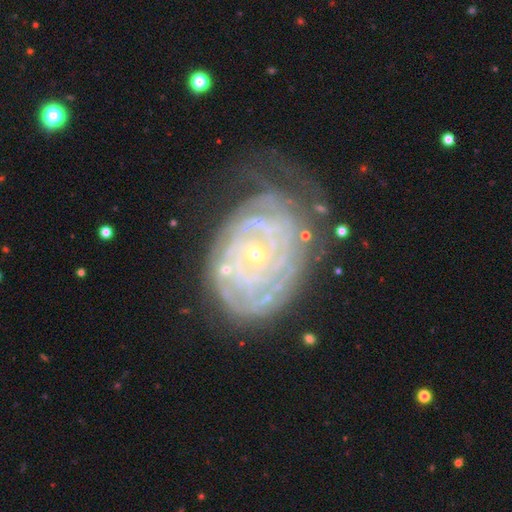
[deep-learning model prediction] smooth_or_featured: featured or disk (p=0.86) [alt: smooth p=0.08]
disk_edge_on: no (p=0.97) [alt: yes p=0.03]
bar: no (p=0.79) [alt: weak p=0.16]
has_spiral_arms: yes (p=0.93) [alt: no p=0.07]
spiral_winding: tight (p=0.82) [alt: medium p=0.14]
spiral_arm_count: can't tell (p=0.42) [alt: 2 p=0.15]
bulge_size: small (p=0.81) [alt: moderate p=0.16]
merging: none (p=0.50) [alt: minor disturbance p=0.28]